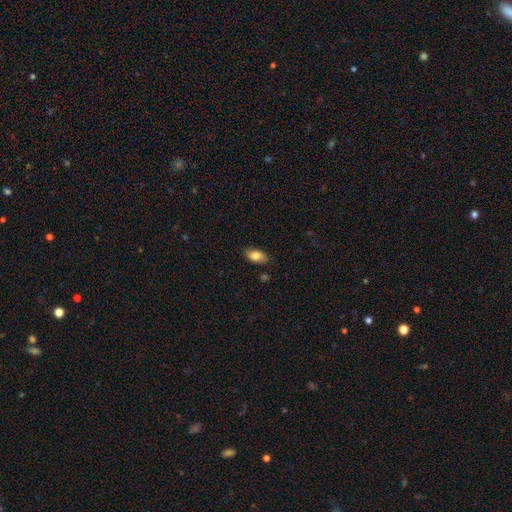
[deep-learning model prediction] A smooth galaxy with no disk features (82%) that is in between round and cigar-shaped (92%).

Vote fractions:
- Smooth or featured? smooth: 82% / featured or disk: 10% / star or artifact: 7%
- How rounded? in between: 92% / round: 5% / cigar-shaped: 3%
- Merging? none: 82% / minor disturbance: 13% / major disturbance: 2% / merger: 2%